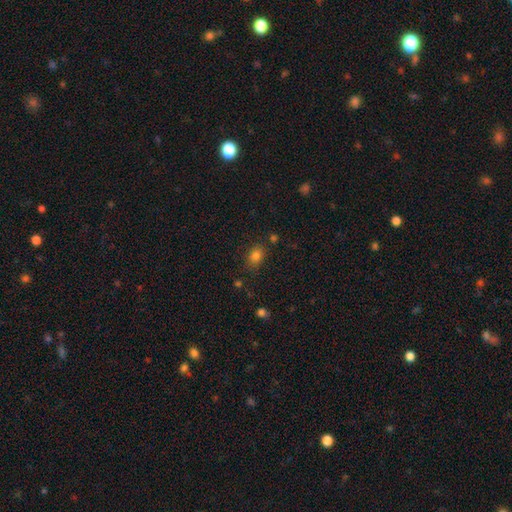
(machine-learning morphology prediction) smooth_or_featured: smooth (p=0.80) [alt: star or artifact p=0.14]
how_rounded: in between (p=0.67) [alt: round p=0.31]
merging: none (p=0.76) [alt: minor disturbance p=0.15]